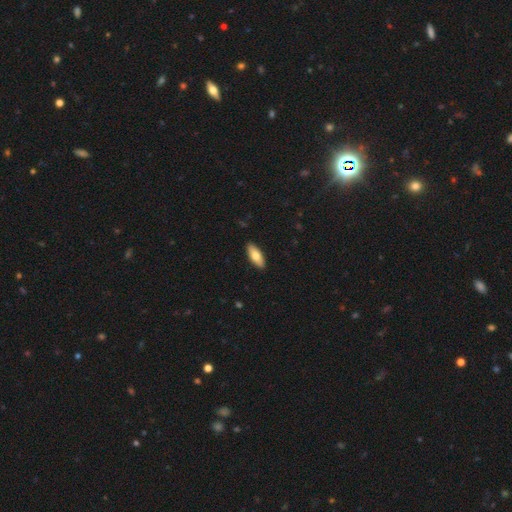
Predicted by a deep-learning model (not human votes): A smooth galaxy with no disk features (76%) that is in between round and cigar-shaped (73%). Merging: none (90%).